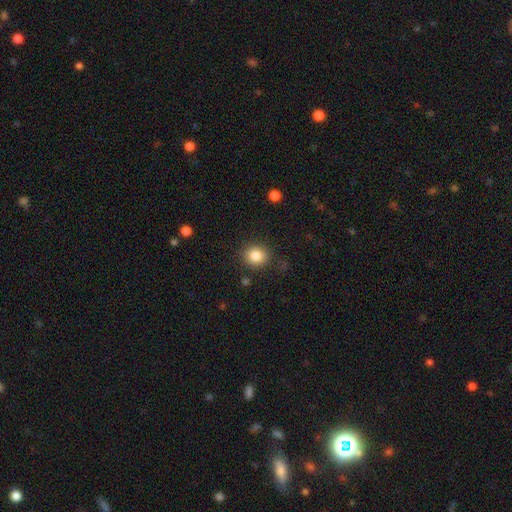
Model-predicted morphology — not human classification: This appears to be a smooth galaxy with no disk features (85%) that is round (78%). Merging: none (86%).